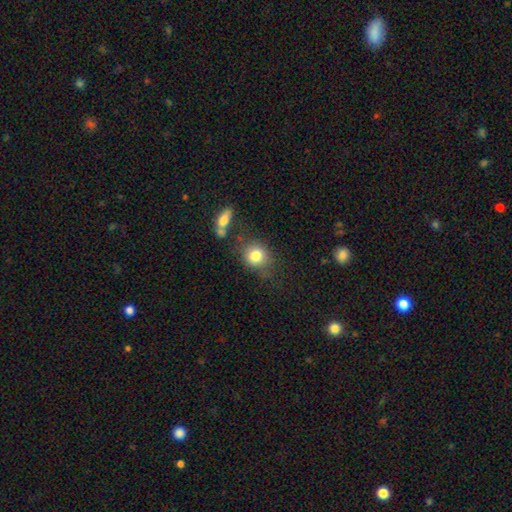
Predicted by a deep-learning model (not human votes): A smooth galaxy with no disk features (82%) that is round (72%).

Vote fractions:
- Smooth or featured? smooth: 82% / star or artifact: 9% / featured or disk: 9%
- How rounded? round: 72% / in between: 27% / cigar-shaped: 1%
- Merging? none: 67% / minor disturbance: 17% / merger: 8% / major disturbance: 7%